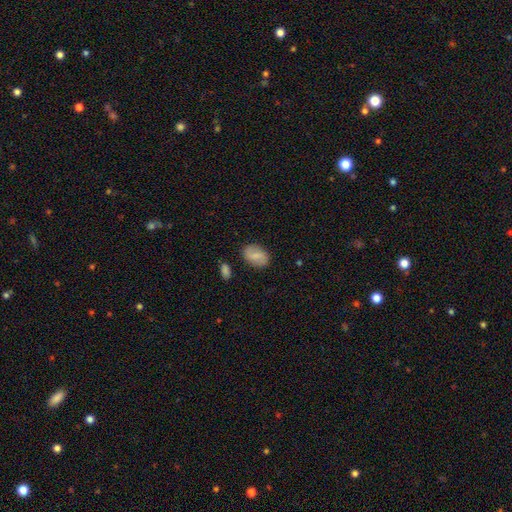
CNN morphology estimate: Q: Smooth or featured?
A: smooth (63%); runner-up: featured or disk (29%)
Q: How rounded?
A: in between (83%); runner-up: round (15%)
Q: Merging?
A: none (80%); runner-up: minor disturbance (14%)